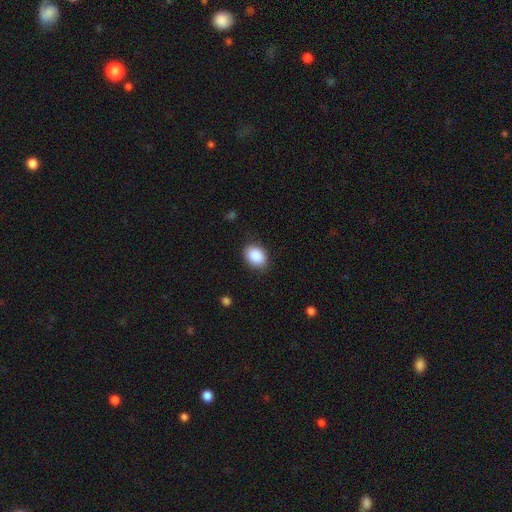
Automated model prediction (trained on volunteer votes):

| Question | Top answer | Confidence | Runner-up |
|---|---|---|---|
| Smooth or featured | smooth | 89% | star or artifact (8%) |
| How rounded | in between | 74% | round (25%) |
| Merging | none | 85% | minor disturbance (11%) |